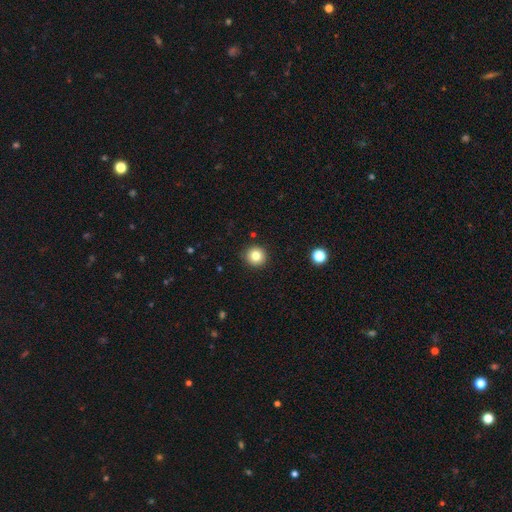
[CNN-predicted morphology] A smooth galaxy with no disk features (81%) that is round (94%). Merging: none (92%).